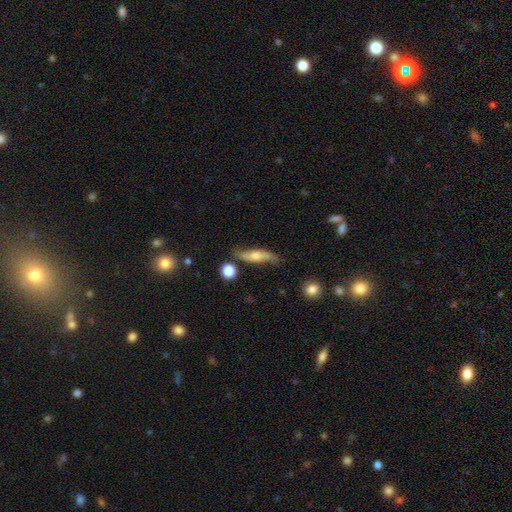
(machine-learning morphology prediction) Q: Smooth or featured?
A: featured or disk (56%); runner-up: smooth (36%)
Q: Edge-on disk?
A: yes (51%); runner-up: no (49%)
Q: Merging?
A: none (68%); runner-up: minor disturbance (21%)